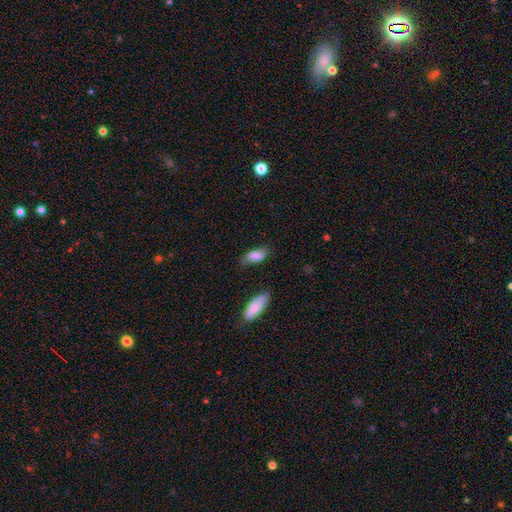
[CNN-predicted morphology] Overall: smooth (80%). How rounded: in between (87%). Merging: none (64%; minor disturbance 26%).